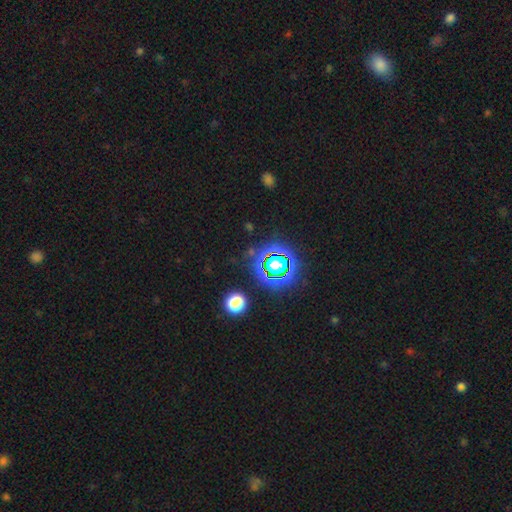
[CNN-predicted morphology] star or artifact 79%, smooth 14%, featured or disk 7%.